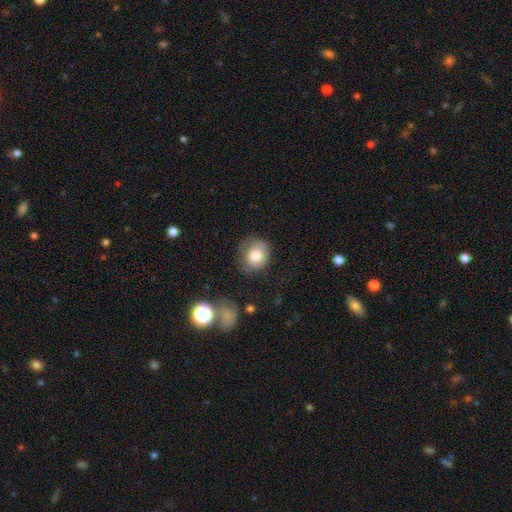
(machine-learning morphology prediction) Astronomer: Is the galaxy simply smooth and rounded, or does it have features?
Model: smooth — 79%.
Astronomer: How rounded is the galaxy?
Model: round — 76%.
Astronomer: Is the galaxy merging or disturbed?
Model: none — 67%.